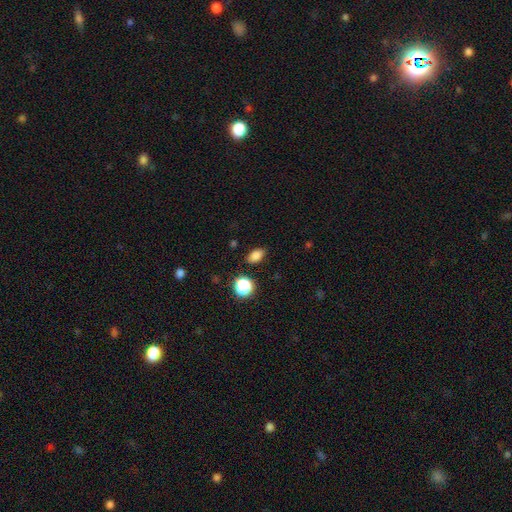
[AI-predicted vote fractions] Smooth or featured: smooth — 83% (star or artifact — 12%)
How rounded: in between — 83% (round — 14%)
Merging: none — 85% (minor disturbance — 10%)